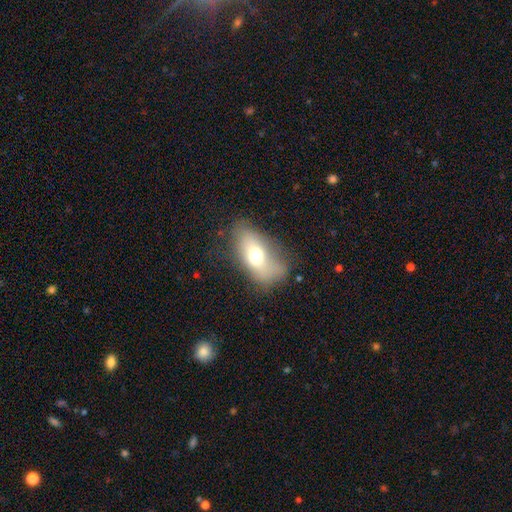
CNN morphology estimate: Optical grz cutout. It shows a smooth galaxy with no disk features (62%) that is in between round and cigar-shaped (85%). Merging: none (65%).